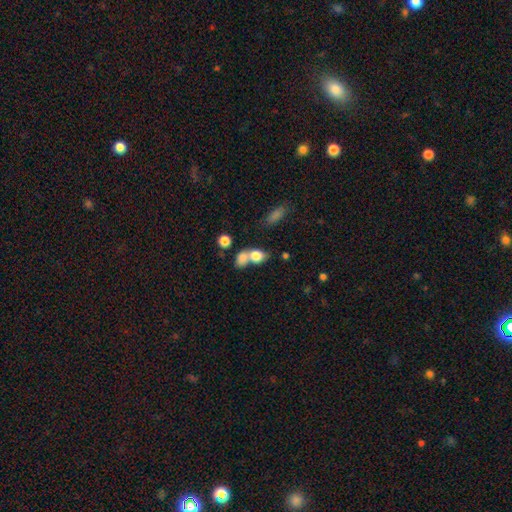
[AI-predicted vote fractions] The model was most divided on "how rounded": in between: 66%, round: 32%, cigar-shaped: 3%. More confident: smooth or featured — smooth (78%); merging — merger (62%).